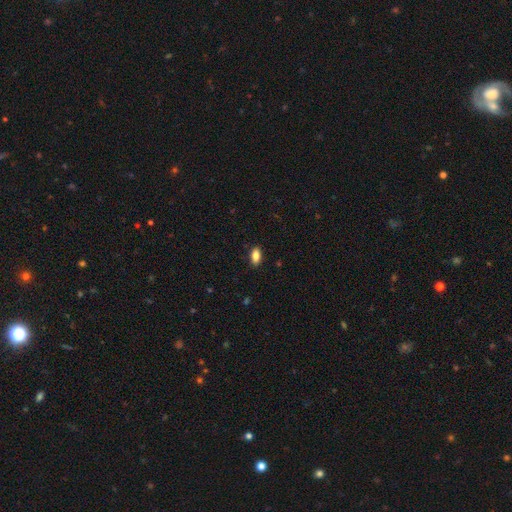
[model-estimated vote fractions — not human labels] Overall: smooth (85%). How rounded: in between (89%). Merging: none (88%).